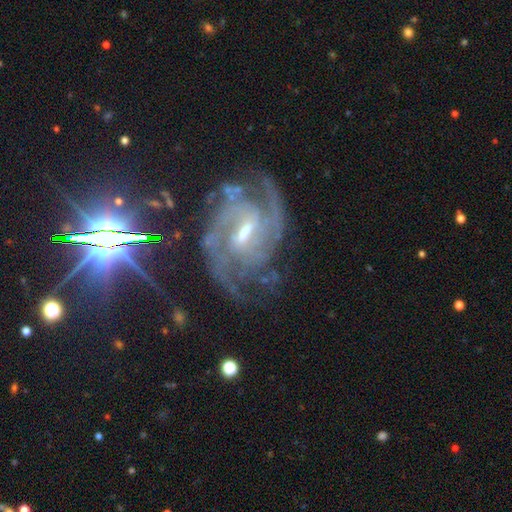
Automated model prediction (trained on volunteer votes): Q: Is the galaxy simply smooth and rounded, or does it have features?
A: featured or disk — 88%.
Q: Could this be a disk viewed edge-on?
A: no — 97%.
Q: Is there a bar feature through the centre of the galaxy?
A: weak — 52%.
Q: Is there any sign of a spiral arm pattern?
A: yes — 98%.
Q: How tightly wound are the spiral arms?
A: tight — 47%.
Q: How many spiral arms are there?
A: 2 — 29%.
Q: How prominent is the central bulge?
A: small — 48%.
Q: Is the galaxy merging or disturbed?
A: none — 69%.